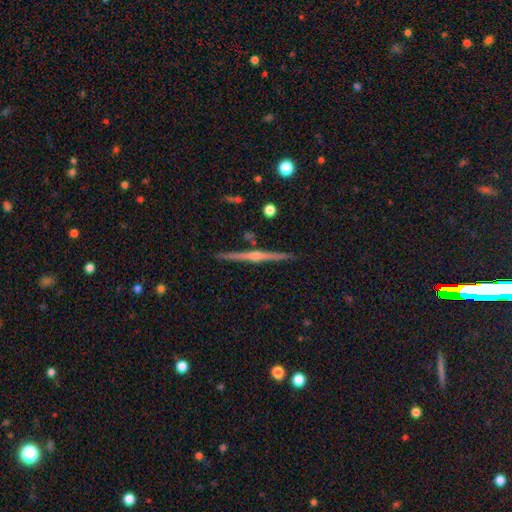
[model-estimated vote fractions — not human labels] Smooth or featured? Predicted: featured or disk (p=0.82). Edge-on disk? Predicted: yes (p=0.99). Edge-on bulge? Predicted: rounded (p=0.84). Merging? Predicted: none (p=0.91).